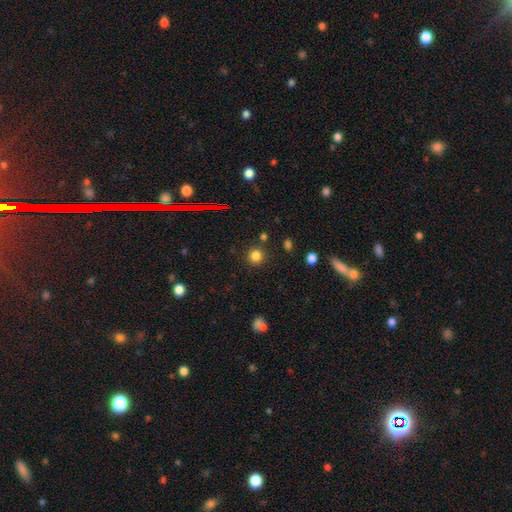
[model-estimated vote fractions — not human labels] The model was most divided on "smooth or featured": smooth: 80%, star or artifact: 14%, featured or disk: 5%. More confident: how rounded — round (90%); merging — none (85%).